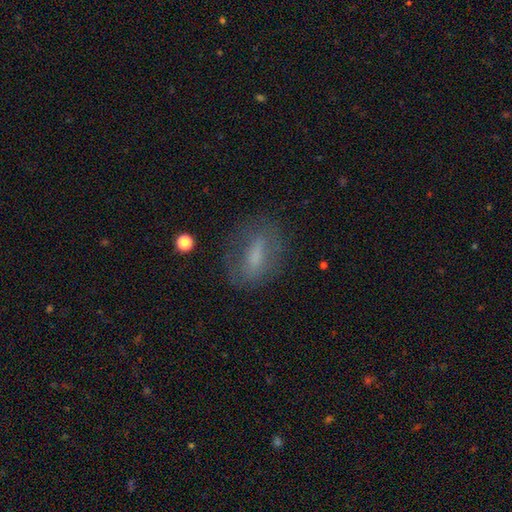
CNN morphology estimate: This appears to be a smooth galaxy with no disk features (54%) that is in between round and cigar-shaped (71%). Merging: none (69%).